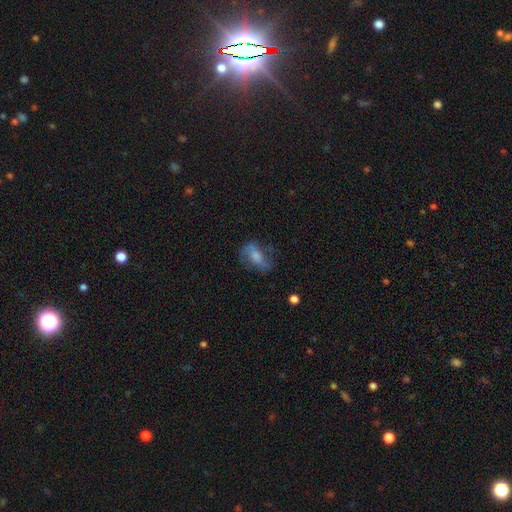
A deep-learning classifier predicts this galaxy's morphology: smooth 53%, featured or disk 38%, star or artifact 9%. Down the decision tree: how rounded — in between (82%); merging — none (56%).